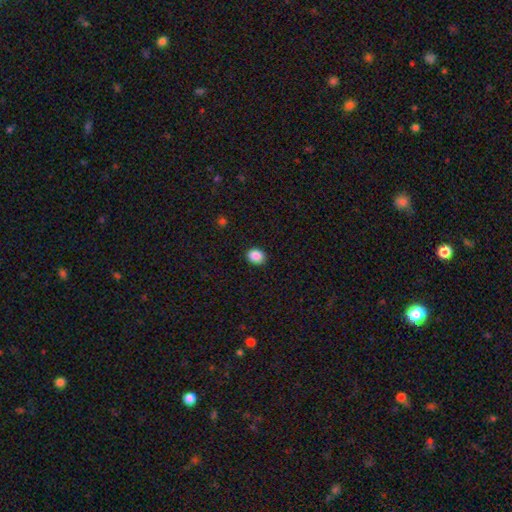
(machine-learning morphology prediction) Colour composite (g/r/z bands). It shows a smooth galaxy with no disk features (89%) that is round (55%). Merging: none (90%).